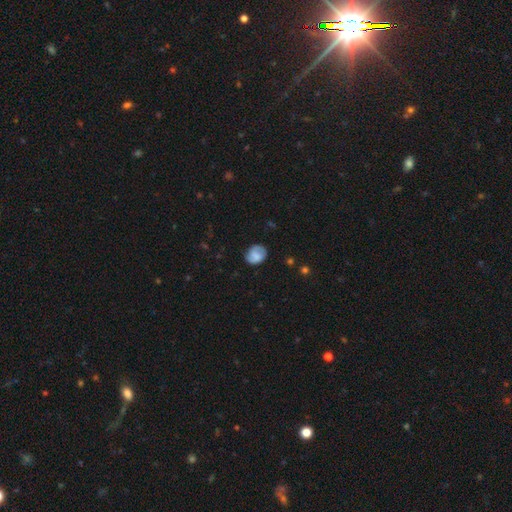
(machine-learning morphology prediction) smooth 57%, featured or disk 35%, star or artifact 8%. Down the decision tree: how rounded — round (53%); merging — none (71%).